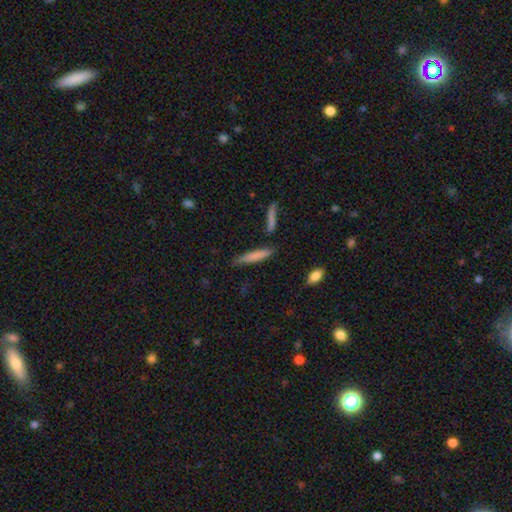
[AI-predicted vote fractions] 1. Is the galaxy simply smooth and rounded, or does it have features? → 75% smooth, 18% featured or disk, 7% star or artifact.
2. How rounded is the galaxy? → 88% cigar-shaped, 10% in between, 1% round.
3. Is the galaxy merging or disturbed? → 77% none, 14% minor disturbance, 6% merger, 3% major disturbance.